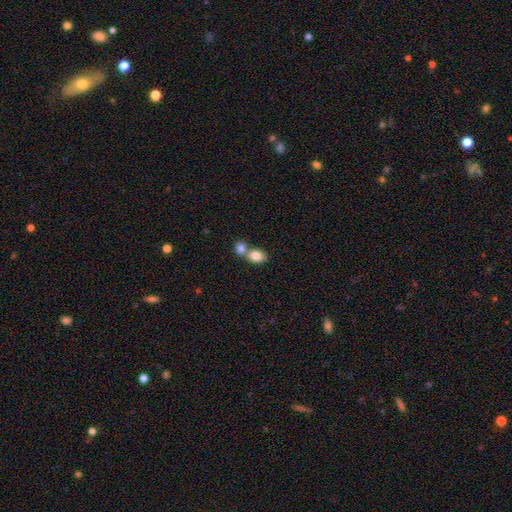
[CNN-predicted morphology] Smooth or featured? Predicted: smooth (p=0.83). How rounded? Predicted: in between (p=0.65). Merging? Predicted: merger (p=0.58).